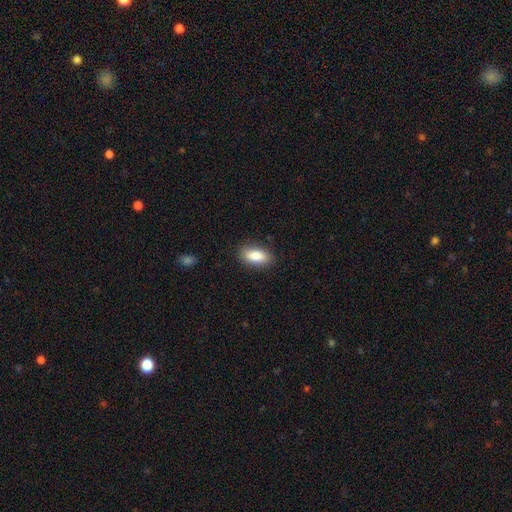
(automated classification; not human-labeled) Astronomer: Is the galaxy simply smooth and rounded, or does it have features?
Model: smooth — 87%.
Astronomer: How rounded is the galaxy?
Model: in between — 90%.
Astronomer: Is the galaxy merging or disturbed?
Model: none — 87%.